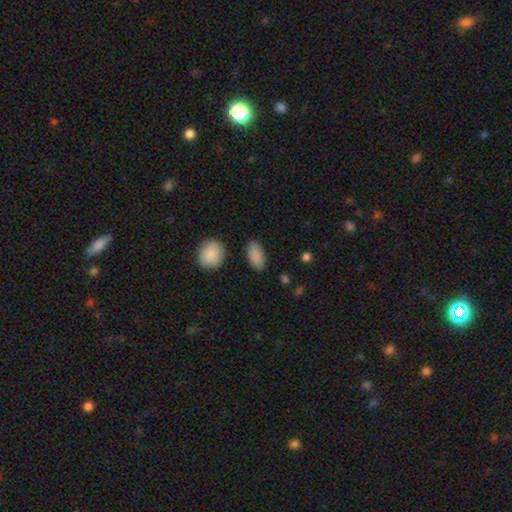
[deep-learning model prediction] A smooth galaxy with no disk features (87%) that is in between round and cigar-shaped (92%).

Vote fractions:
- Smooth or featured? smooth: 87% / star or artifact: 7% / featured or disk: 6%
- How rounded? in between: 92% / cigar-shaped: 5% / round: 3%
- Merging? none: 84% / minor disturbance: 11% / major disturbance: 3% / merger: 2%